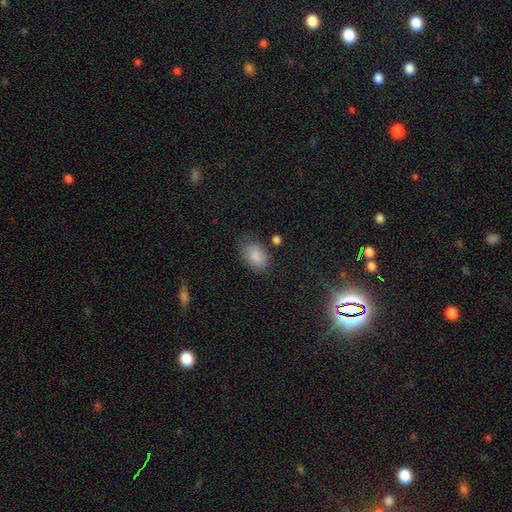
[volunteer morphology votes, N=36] Volunteers were most divided on "merging": none: 68%, minor disturbance: 24%, major disturbance: 6%, merger: 3%. More confident: smooth or featured — smooth (92%); how rounded — in between (82%).